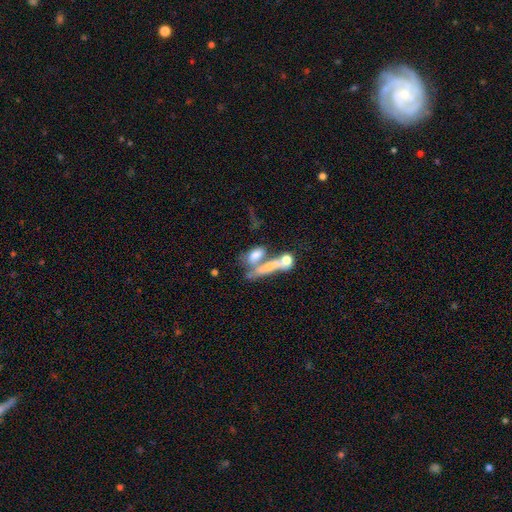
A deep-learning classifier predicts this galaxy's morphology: smooth-or-featured: smooth: 59% | featured or disk: 30% | star or artifact: 11%
  how-rounded: in between: 57% | cigar-shaped: 33% | round: 10%
  merging: merger: 51% | none: 24% | major disturbance: 14% | minor disturbance: 11%